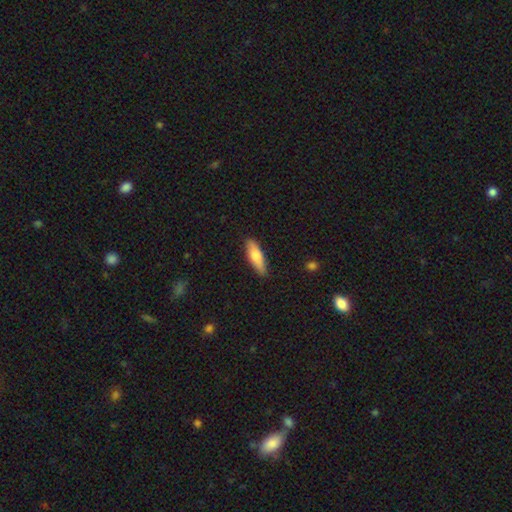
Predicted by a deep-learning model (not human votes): Morphology: type=smooth (72%); roundness=cigar-shaped (50%); merging=none (85%).